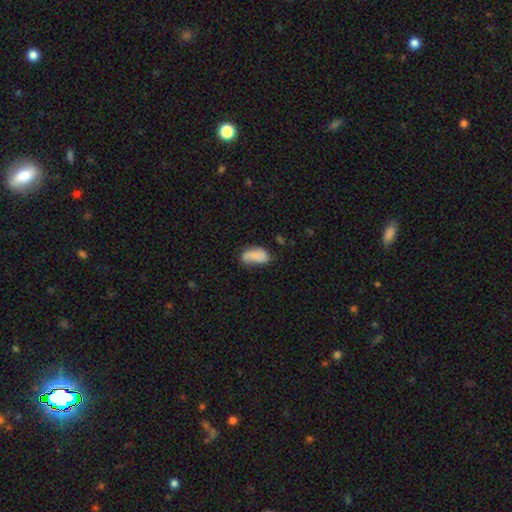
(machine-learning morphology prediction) Smooth or featured?
  - smooth: 66% *
  - featured or disk: 26%
  - star or artifact: 8%
How rounded?
  - in between: 92% *
  - cigar-shaped: 4%
  - round: 4%
Merging?
  - none: 49% *
  - minor disturbance: 32%
  - major disturbance: 14%
  - merger: 5%